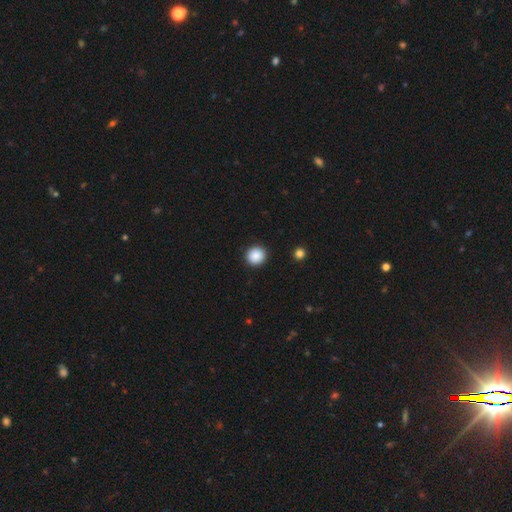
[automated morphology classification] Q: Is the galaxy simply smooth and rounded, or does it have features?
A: smooth — 88%.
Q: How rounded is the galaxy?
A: round — 94%.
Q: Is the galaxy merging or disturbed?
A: none — 92%.